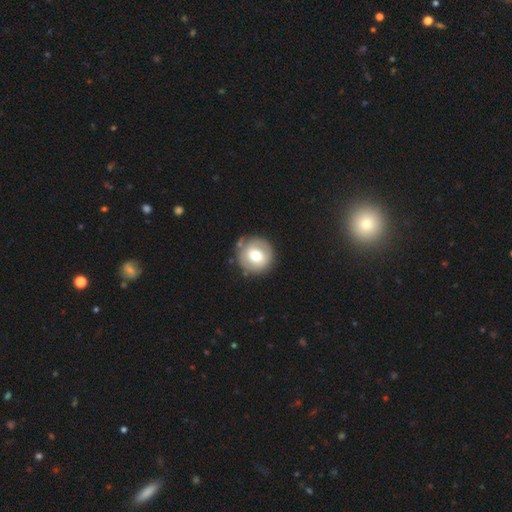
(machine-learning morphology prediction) This is likely a smooth galaxy (62%). How rounded: clearly round (94%). Merging: likely none (79%).